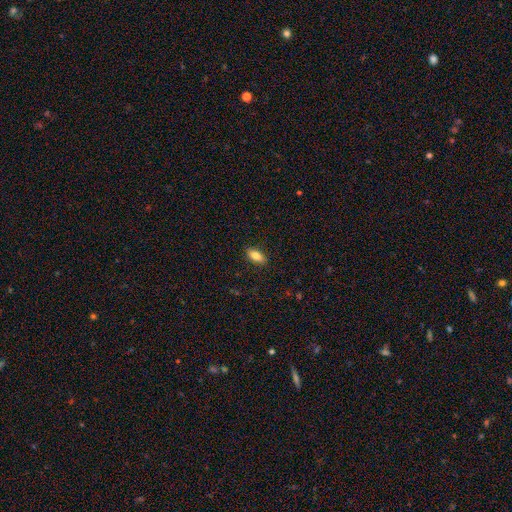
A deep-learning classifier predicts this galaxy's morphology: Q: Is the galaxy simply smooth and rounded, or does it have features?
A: smooth — 82%.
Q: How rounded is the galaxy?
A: in between — 84%.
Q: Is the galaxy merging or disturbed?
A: none — 88%.